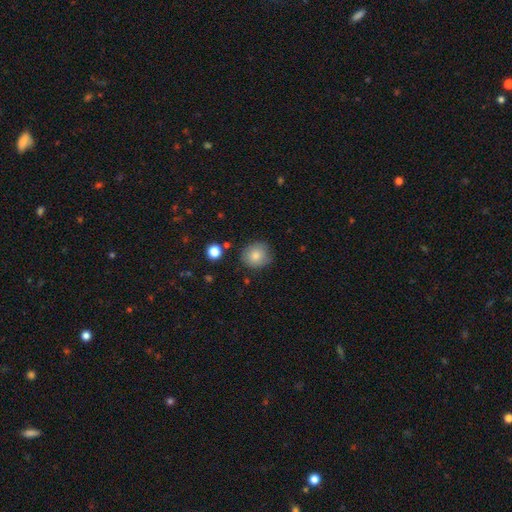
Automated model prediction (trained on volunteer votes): This is clearly a smooth galaxy (83%). How rounded: clearly round (85%). Merging: clearly none (81%).